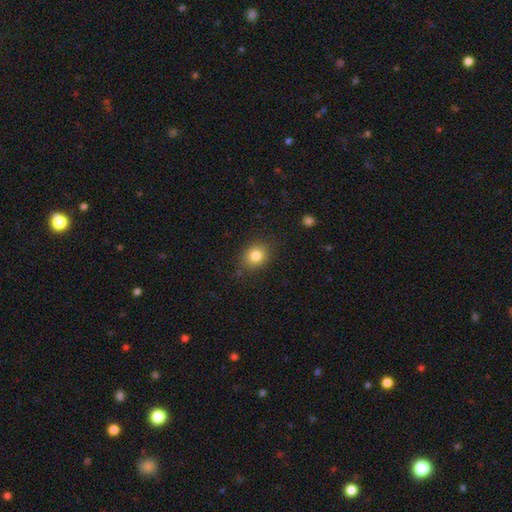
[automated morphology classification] Q: Smooth or featured?
A: smooth (82%); runner-up: star or artifact (11%)
Q: How rounded?
A: round (64%); runner-up: in between (35%)
Q: Merging?
A: none (84%); runner-up: minor disturbance (12%)